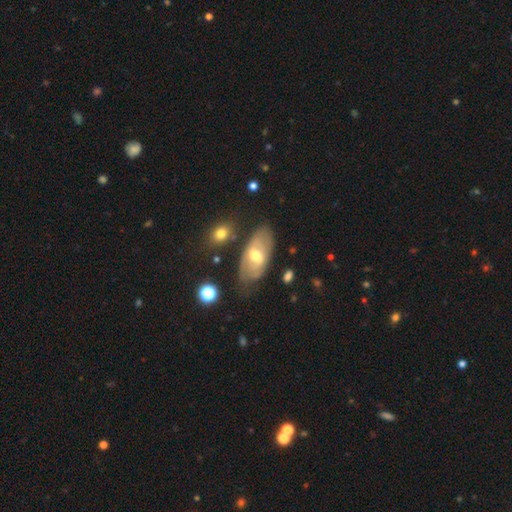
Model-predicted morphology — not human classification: Smooth or featured? Predicted: featured or disk (p=0.59). Edge-on disk? Predicted: no (p=0.87). Bar? Predicted: weak (p=0.50). Spiral arms? Predicted: yes (p=0.54). Bulge size? Predicted: moderate (p=0.69). Merging? Predicted: none (p=0.62).